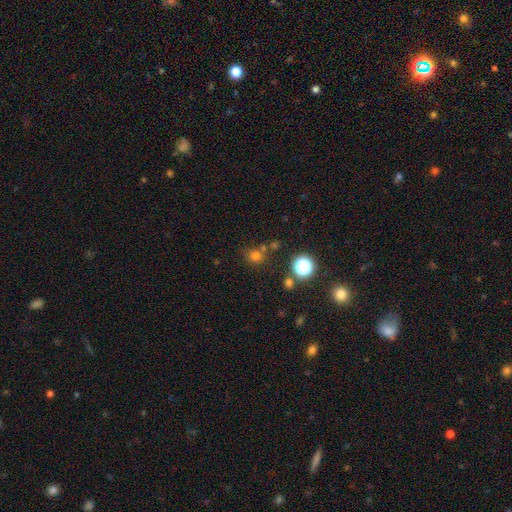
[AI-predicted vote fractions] smooth 67%, star or artifact 26%, featured or disk 7%. Down the decision tree: how rounded — round (86%); merging — none (68%).